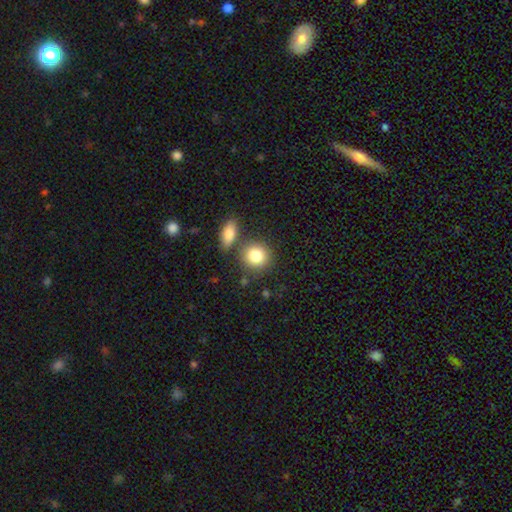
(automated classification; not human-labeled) Smooth or featured?
  - smooth: 83% *
  - featured or disk: 9%
  - star or artifact: 8%
How rounded?
  - round: 83% *
  - in between: 16%
  - cigar-shaped: 1%
Merging?
  - none: 70% *
  - merger: 17%
  - minor disturbance: 10%
  - major disturbance: 3%